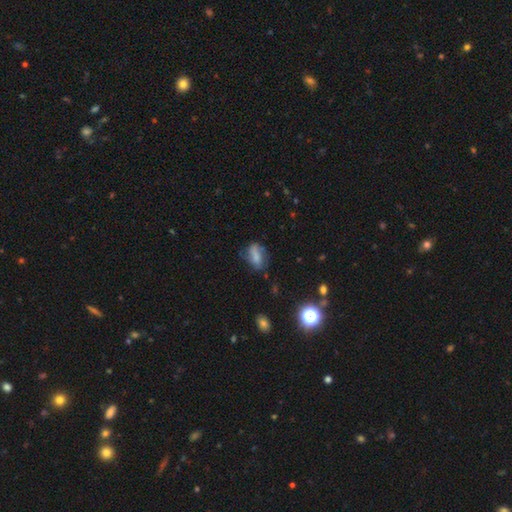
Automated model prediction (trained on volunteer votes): smooth_or_featured: smooth (p=0.60) [alt: featured or disk p=0.29]
how_rounded: in between (p=0.79) [alt: cigar-shaped p=0.11]
merging: none (p=0.53) [alt: minor disturbance p=0.30]